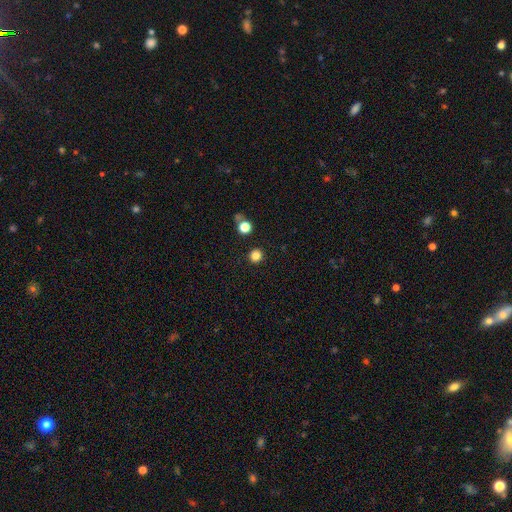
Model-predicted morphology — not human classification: smooth 83%, star or artifact 13%, featured or disk 4%. Down the decision tree: how rounded — round (94%); merging — none (92%).